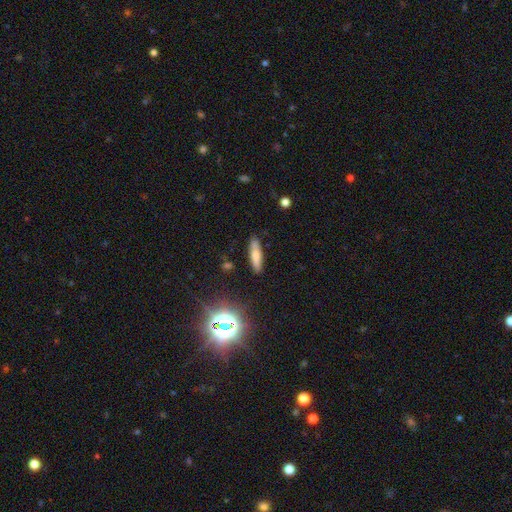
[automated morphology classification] smooth-or-featured: smooth: 70% | featured or disk: 19% | star or artifact: 11%
  how-rounded: cigar-shaped: 72% | in between: 26% | round: 2%
  merging: none: 86% | minor disturbance: 10% | major disturbance: 2% | merger: 2%